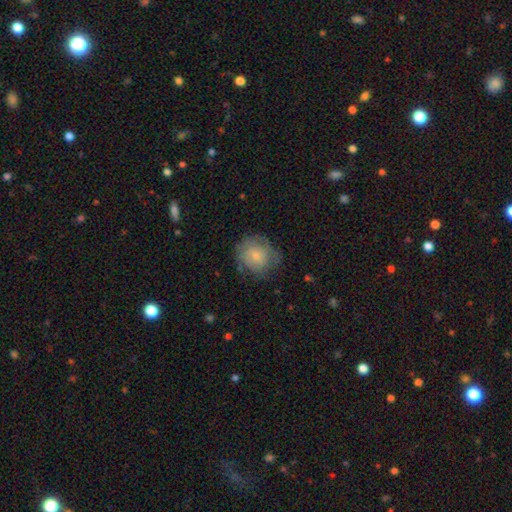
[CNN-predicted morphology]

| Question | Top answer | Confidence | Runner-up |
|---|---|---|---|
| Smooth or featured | smooth | 62% | featured or disk (30%) |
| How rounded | round | 82% | in between (17%) |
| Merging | none | 64% | minor disturbance (23%) |